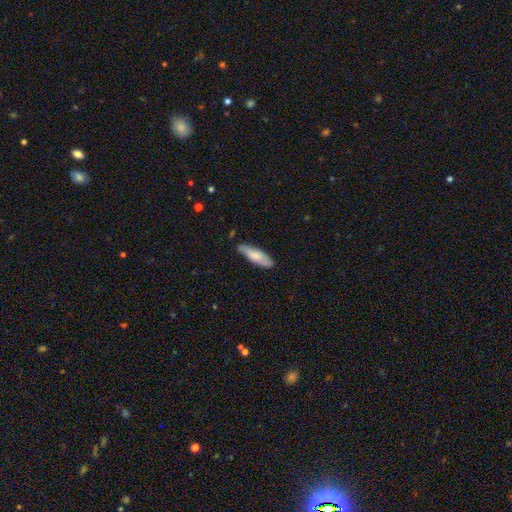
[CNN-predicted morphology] Smooth or featured: smooth — 74% (featured or disk — 21%)
How rounded: cigar-shaped — 53% (in between — 46%)
Merging: none — 76% (minor disturbance — 20%)